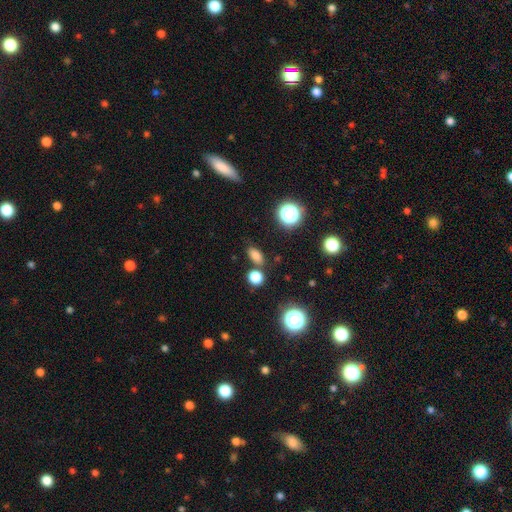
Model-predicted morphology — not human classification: smooth_or_featured: smooth (p=0.78) [alt: star or artifact p=0.16]
how_rounded: in between (p=0.79) [alt: round p=0.16]
merging: none (p=0.78) [alt: minor disturbance p=0.11]